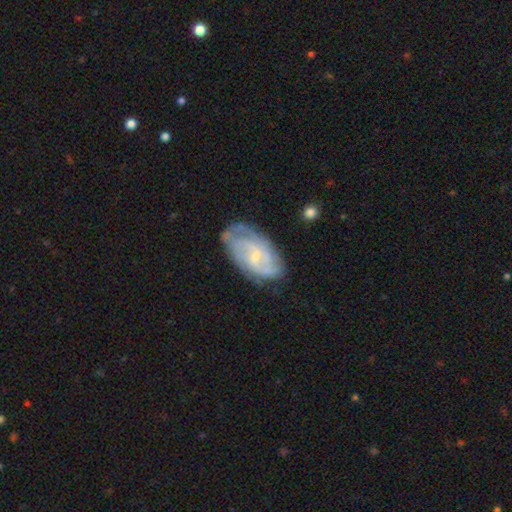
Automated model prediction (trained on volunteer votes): This appears to be a featured or disk galaxy (76%) with a weak bar (47%), tight (42%, tied with medium) spiral arms (90%) and a small central bulge (71%). Merging: none (66%).